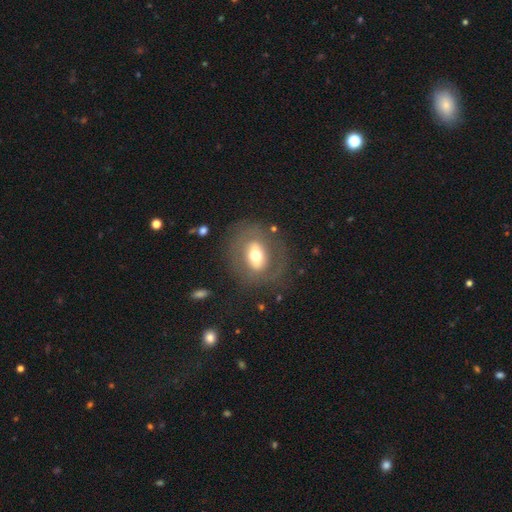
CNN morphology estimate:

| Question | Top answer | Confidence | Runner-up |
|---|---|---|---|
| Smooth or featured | featured or disk | 47% | smooth (45%) |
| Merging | none | 74% | minor disturbance (14%) |